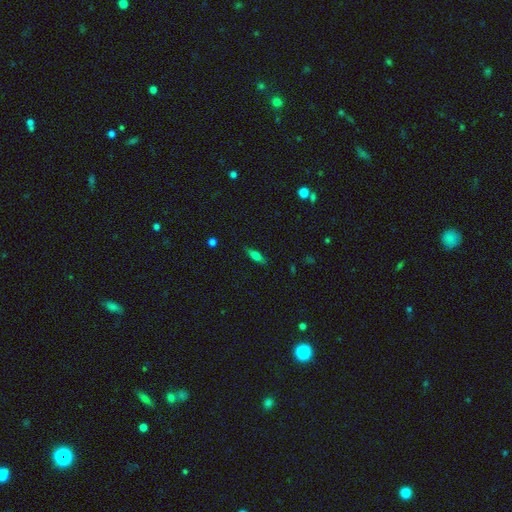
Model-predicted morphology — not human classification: This is likely a smooth galaxy (62%). How rounded: possibly in between (50%). Merging: clearly none (83%).